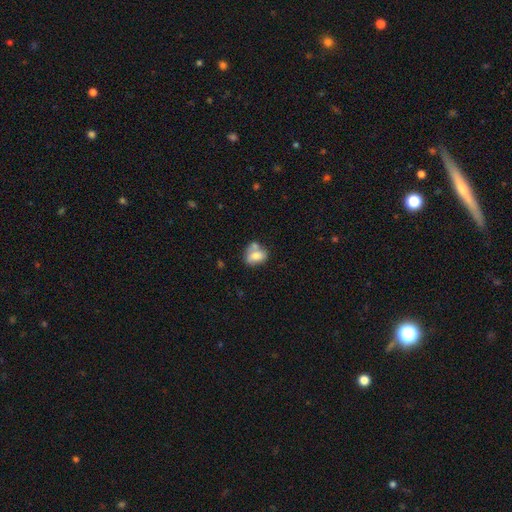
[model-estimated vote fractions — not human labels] A smooth galaxy with no disk features (68%) that is in between round and cigar-shaped (63%).

Vote fractions:
- Smooth or featured? smooth: 68% / featured or disk: 23% / star or artifact: 9%
- How rounded? in between: 63% / round: 35% / cigar-shaped: 2%
- Merging? none: 39% / merger: 34% / minor disturbance: 19% / major disturbance: 8%